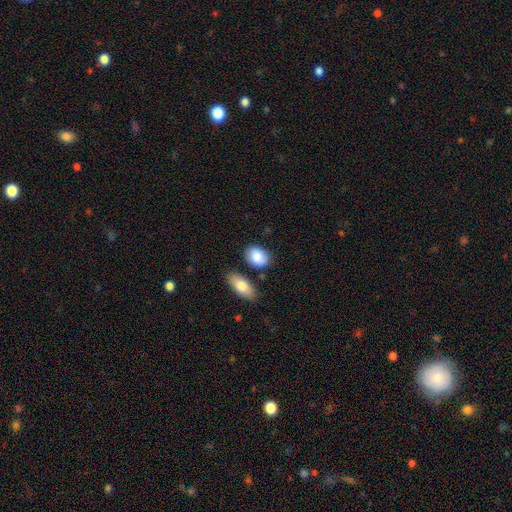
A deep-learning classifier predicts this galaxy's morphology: Smooth or featured? smooth (87%)
How rounded? in between (83%)
Merging? none (76%)